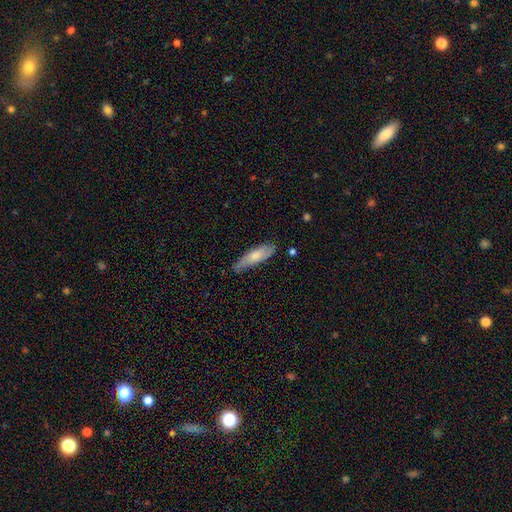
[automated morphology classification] This is likely a smooth galaxy (71%). How rounded: possibly cigar-shaped (57%). Merging: likely none (71%).